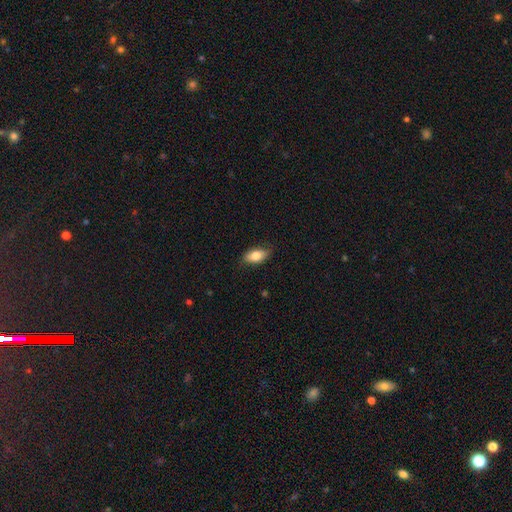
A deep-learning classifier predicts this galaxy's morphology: Smooth or featured? smooth (78%)
How rounded? in between (88%)
Merging? none (80%)